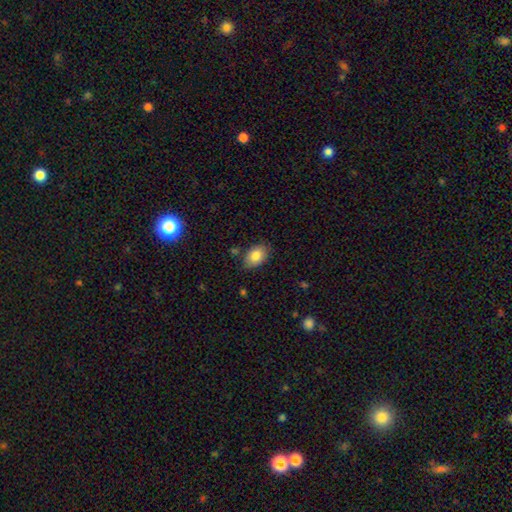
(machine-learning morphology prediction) Smooth or featured? Predicted: smooth (p=0.83). How rounded? Predicted: in between (p=0.84). Merging? Predicted: none (p=0.79).